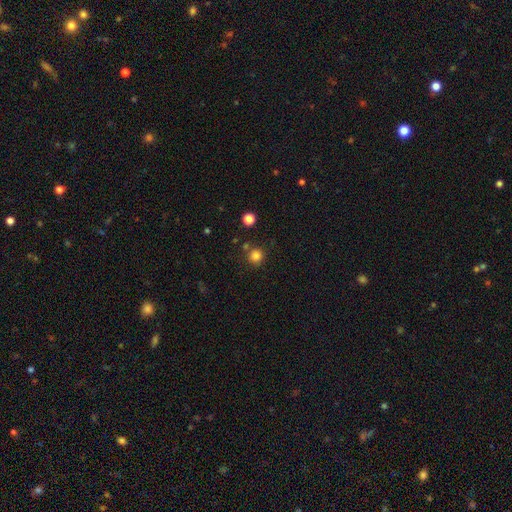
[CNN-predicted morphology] The model was most divided on "smooth or featured": smooth: 82%, star or artifact: 14%, featured or disk: 5%. More confident: how rounded — round (94%); merging — none (80%).